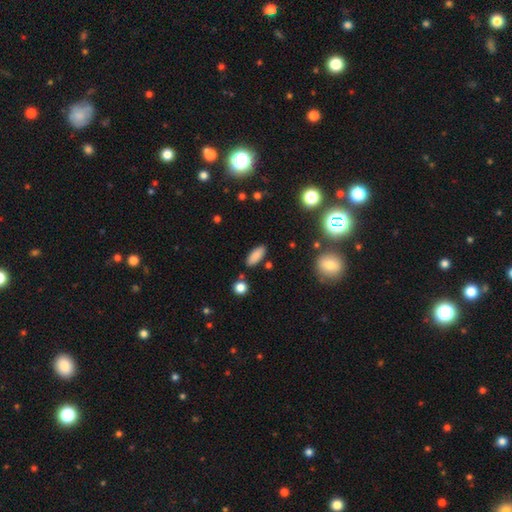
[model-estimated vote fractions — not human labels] Q: Smooth or featured?
A: smooth (85%); runner-up: star or artifact (9%)
Q: How rounded?
A: in between (76%); runner-up: cigar-shaped (21%)
Q: Merging?
A: none (84%); runner-up: minor disturbance (10%)